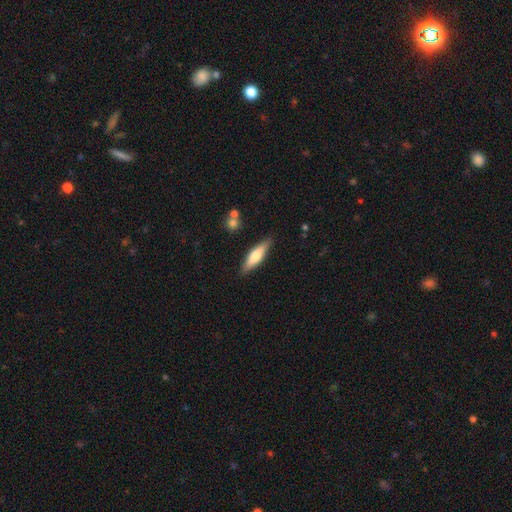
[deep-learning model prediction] smooth 61%, featured or disk 34%, star or artifact 6%. Down the decision tree: how rounded — cigar-shaped (68%); merging — none (85%).